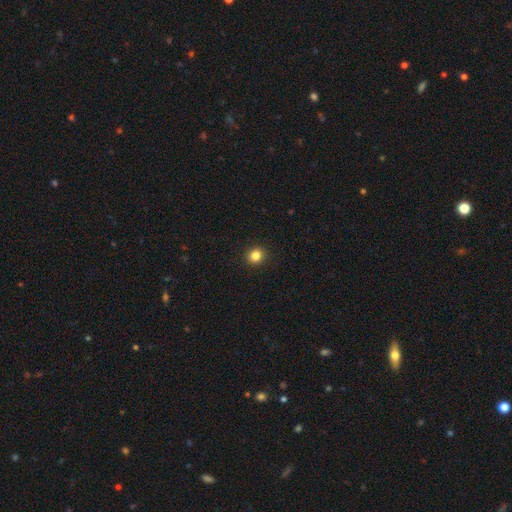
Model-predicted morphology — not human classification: smooth 84%, star or artifact 12%, featured or disk 4%. Down the decision tree: how rounded — round (87%); merging — none (93%).